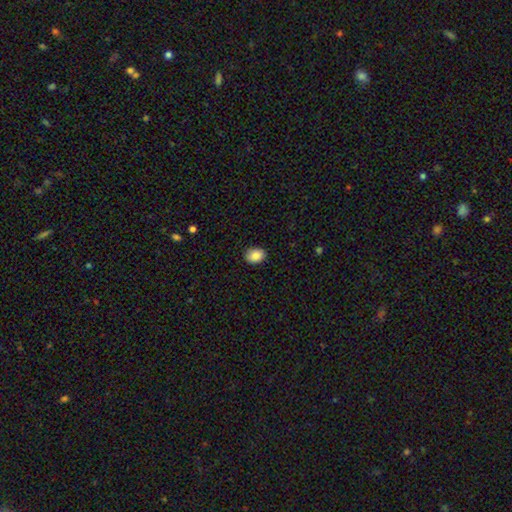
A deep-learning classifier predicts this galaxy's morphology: This appears to be a smooth galaxy with no disk features (87%) that is in between round and cigar-shaped (73%). Merging: none (88%).